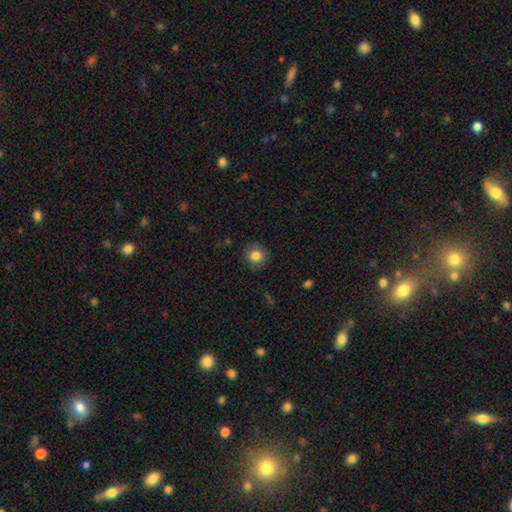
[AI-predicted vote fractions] Smooth or featured?
  - smooth: 83% *
  - star or artifact: 10%
  - featured or disk: 7%
How rounded?
  - round: 91% *
  - in between: 8%
  - cigar-shaped: 1%
Merging?
  - none: 87% *
  - minor disturbance: 10%
  - major disturbance: 3%
  - merger: 1%